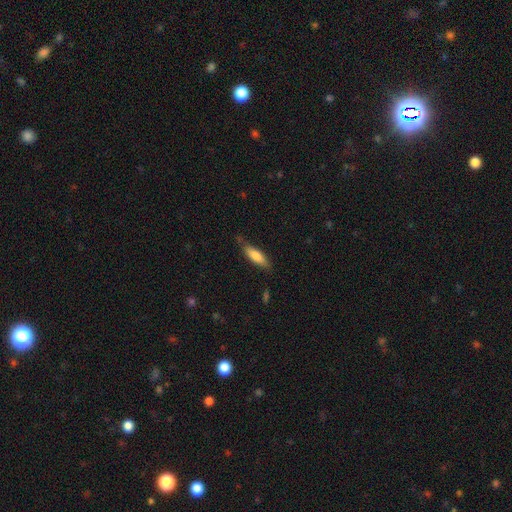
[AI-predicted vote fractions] A smooth galaxy with no disk features (77%) that is cigar-shaped (54%).

Vote fractions:
- Smooth or featured? smooth: 77% / featured or disk: 17% / star or artifact: 6%
- How rounded? cigar-shaped: 54% / in between: 44% / round: 2%
- Merging? none: 74% / minor disturbance: 20% / major disturbance: 4% / merger: 2%